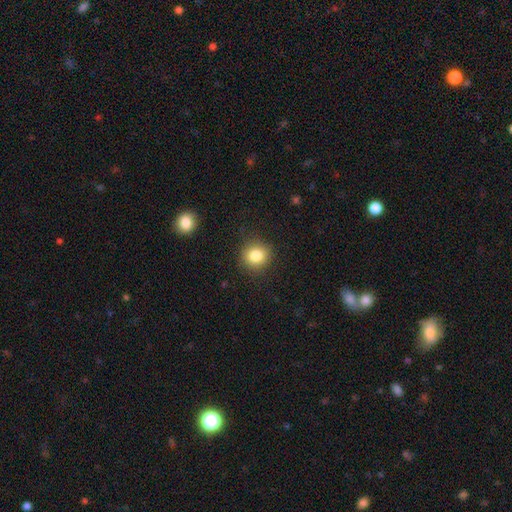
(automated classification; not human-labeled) This is clearly a smooth galaxy (83%). How rounded: clearly round (86%). Merging: clearly none (89%).